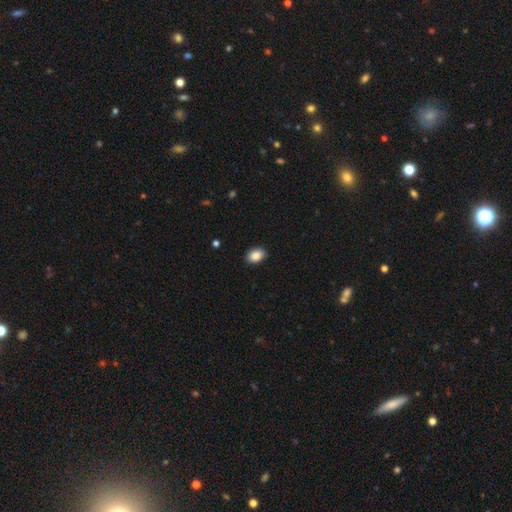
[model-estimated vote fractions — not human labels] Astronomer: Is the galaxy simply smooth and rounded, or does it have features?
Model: smooth — 88%.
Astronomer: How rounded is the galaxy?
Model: in between — 82%.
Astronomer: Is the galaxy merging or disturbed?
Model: none — 90%.